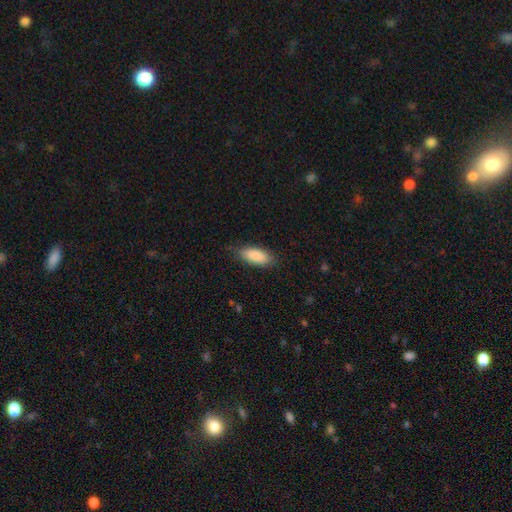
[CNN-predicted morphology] Smooth or featured? smooth (89%)
How rounded? in between (84%)
Merging? none (82%)